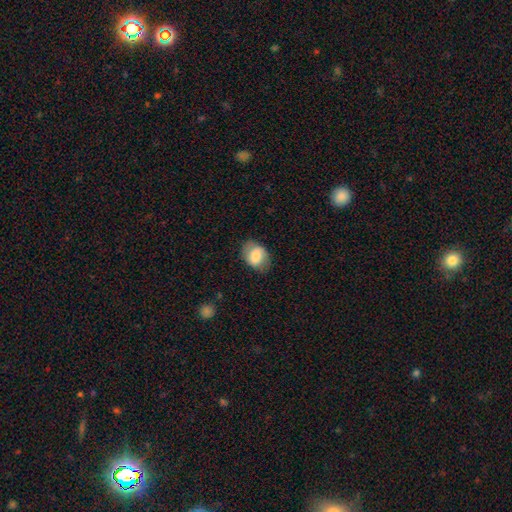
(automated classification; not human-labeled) This appears to be a smooth galaxy with no disk features (74%) that is in between round and cigar-shaped (73%). Merging: none (74%).